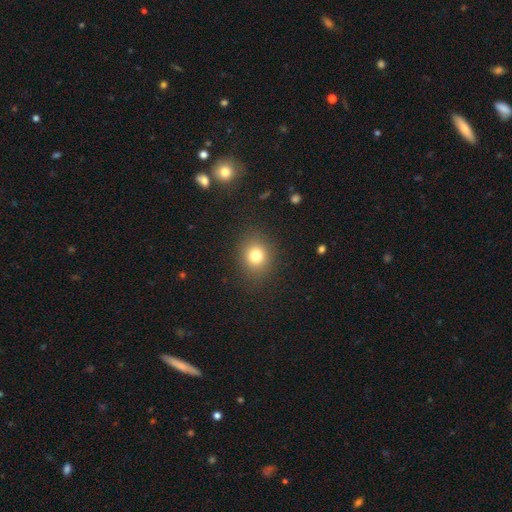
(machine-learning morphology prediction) A smooth galaxy with no disk features (77%) that is round (73%). Merging: none (87%).